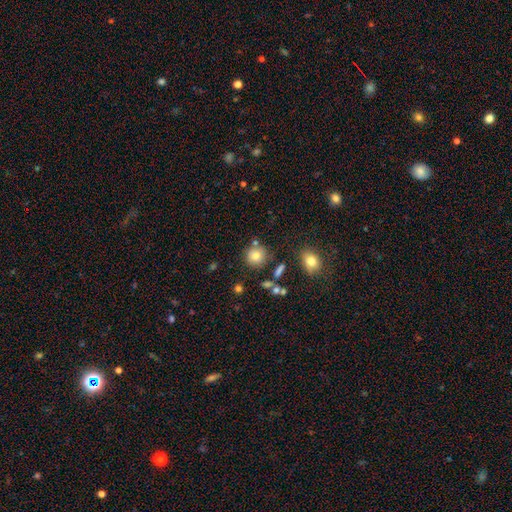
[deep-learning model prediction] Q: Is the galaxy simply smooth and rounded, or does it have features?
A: smooth — 77%.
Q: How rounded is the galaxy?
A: round — 88%.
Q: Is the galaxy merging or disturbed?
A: none — 77%.